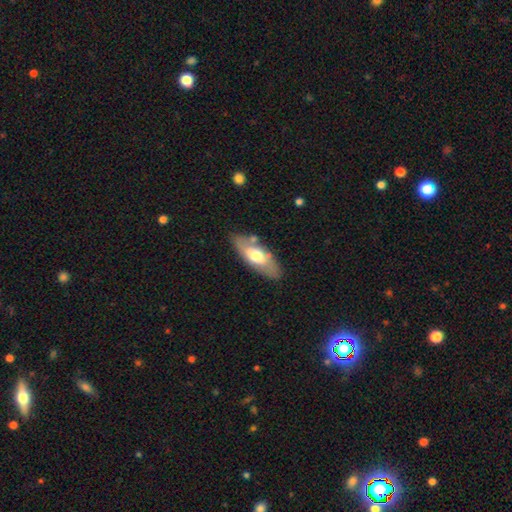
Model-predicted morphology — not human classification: A smooth galaxy with no disk features (57%) that is in between round and cigar-shaped (74%). Merging: none (77%).